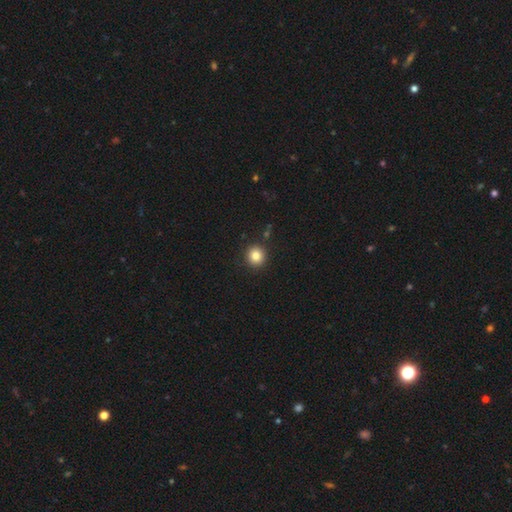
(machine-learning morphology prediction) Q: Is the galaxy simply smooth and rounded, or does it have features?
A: smooth — 83%.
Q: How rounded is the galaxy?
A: round — 90%.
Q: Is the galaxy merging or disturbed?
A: none — 90%.